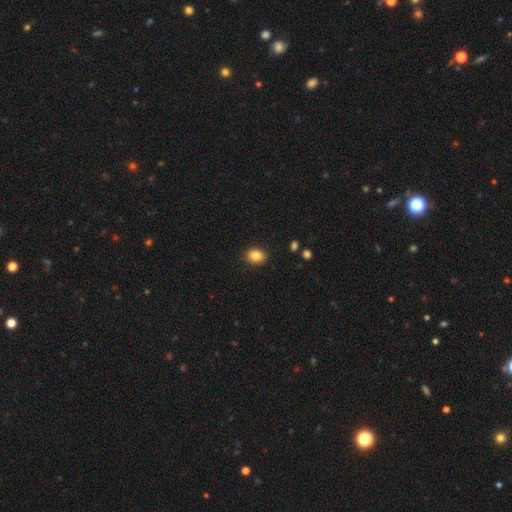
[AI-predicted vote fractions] Overall: smooth (84%). How rounded: in between (67%; round 32%). Merging: none (89%).